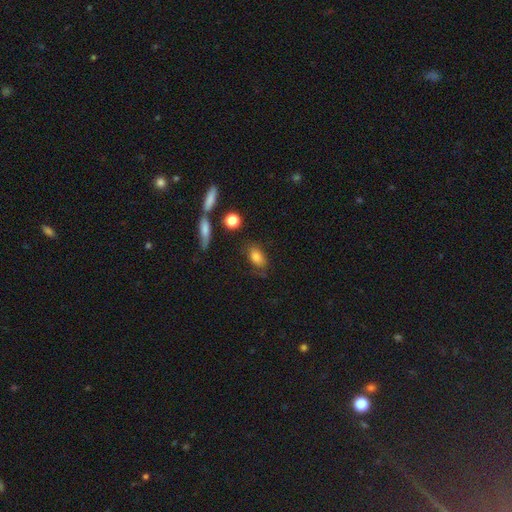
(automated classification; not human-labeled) smooth 80%, featured or disk 11%, star or artifact 9%. Down the decision tree: how rounded — in between (84%); merging — none (69%).